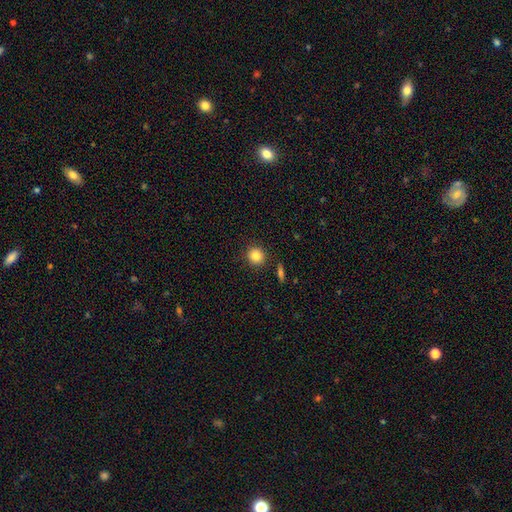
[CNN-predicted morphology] The model was most divided on "smooth or featured": smooth: 85%, star or artifact: 10%, featured or disk: 6%. More confident: how rounded — round (89%); merging — none (88%).